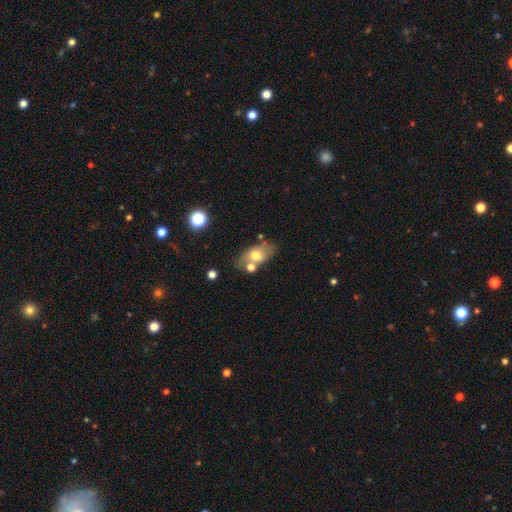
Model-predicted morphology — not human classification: smooth-or-featured: smooth: 62% | featured or disk: 29% | star or artifact: 9%
  how-rounded: in between: 87% | round: 9% | cigar-shaped: 4%
  merging: none: 62% | merger: 17% | minor disturbance: 16% | major disturbance: 5%